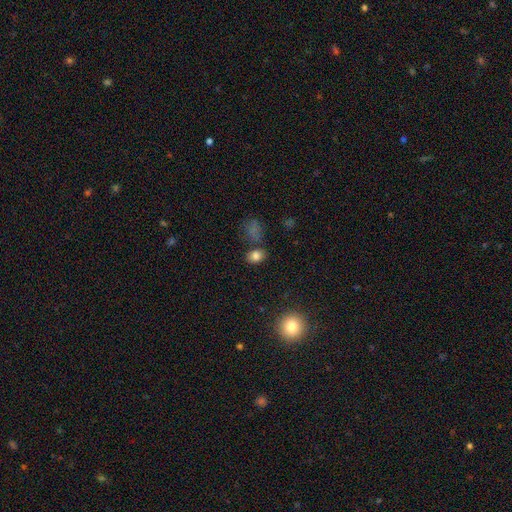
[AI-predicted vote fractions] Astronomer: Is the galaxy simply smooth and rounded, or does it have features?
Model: smooth — 81%.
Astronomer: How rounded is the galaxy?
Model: in between — 68%.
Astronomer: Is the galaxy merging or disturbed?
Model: none — 73%.